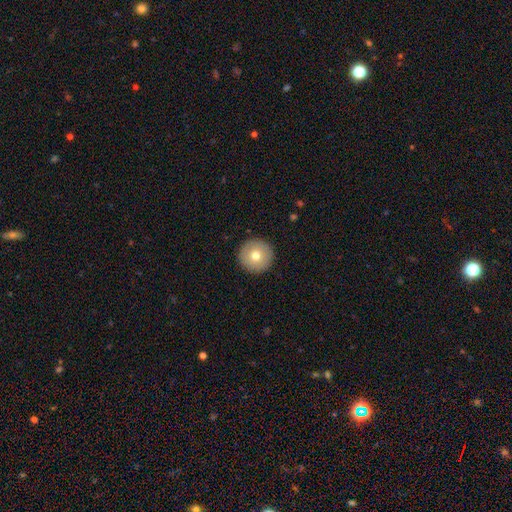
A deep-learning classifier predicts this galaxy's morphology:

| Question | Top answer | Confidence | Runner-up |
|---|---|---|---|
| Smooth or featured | smooth | 72% | featured or disk (19%) |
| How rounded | round | 97% | in between (2%) |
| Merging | none | 93% | minor disturbance (5%) |